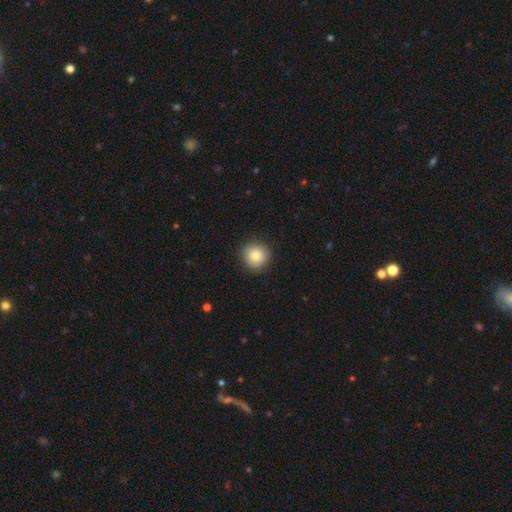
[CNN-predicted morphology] This appears to be a smooth galaxy with no disk features (82%) that is round (93%). Merging: none (89%).